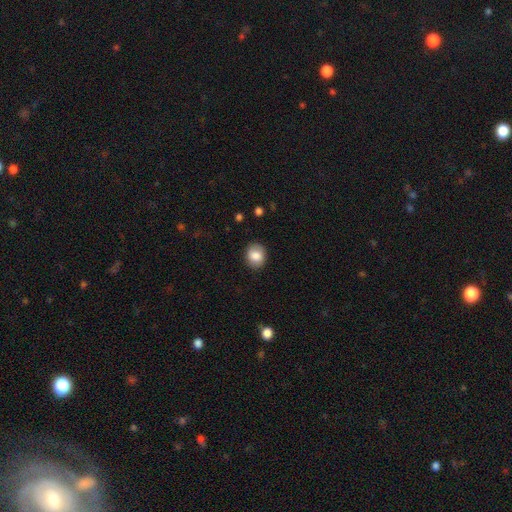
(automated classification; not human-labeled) Smooth or featured? Predicted: smooth (p=0.85). How rounded? Predicted: round (p=0.63). Merging? Predicted: none (p=0.87).